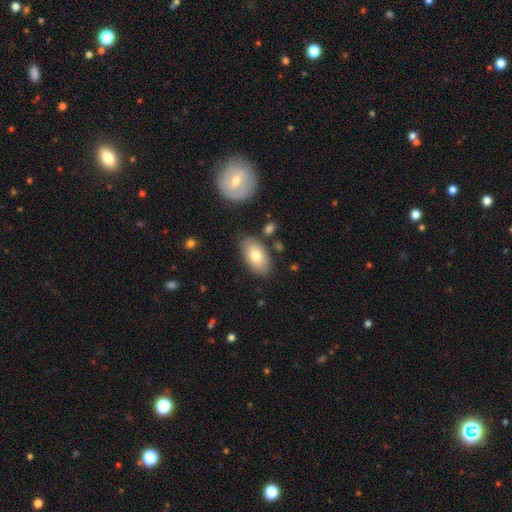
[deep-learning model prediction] Smooth or featured? Predicted: smooth (p=0.78). How rounded? Predicted: in between (p=0.94). Merging? Predicted: none (p=0.79).